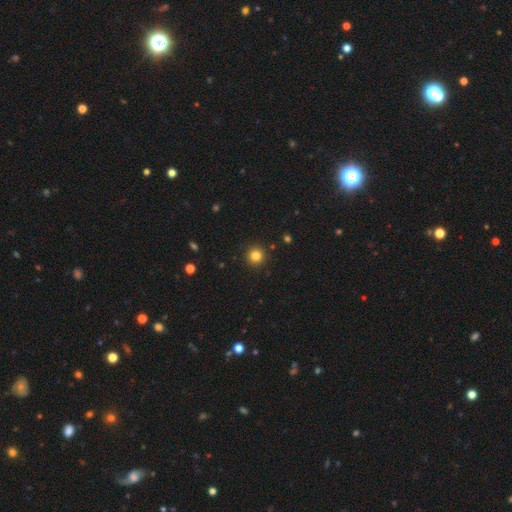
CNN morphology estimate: Q: Smooth or featured?
A: smooth (82%); runner-up: star or artifact (13%)
Q: How rounded?
A: round (95%); runner-up: in between (4%)
Q: Merging?
A: none (92%); runner-up: minor disturbance (5%)